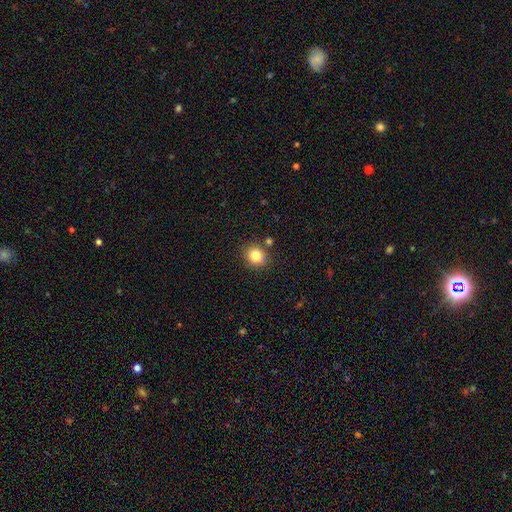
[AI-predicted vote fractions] smooth-or-featured: smooth: 82% | star or artifact: 11% | featured or disk: 7%
  how-rounded: round: 85% | in between: 14% | cigar-shaped: 1%
  merging: none: 83% | minor disturbance: 9% | merger: 6% | major disturbance: 2%